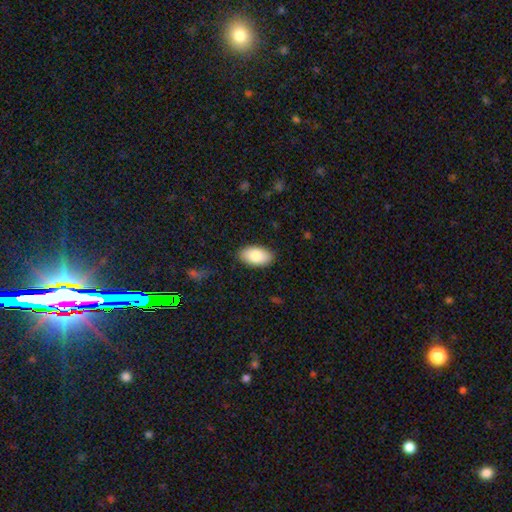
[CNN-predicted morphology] type=smooth (84%); roundness=in between (95%); merging=none (87%).